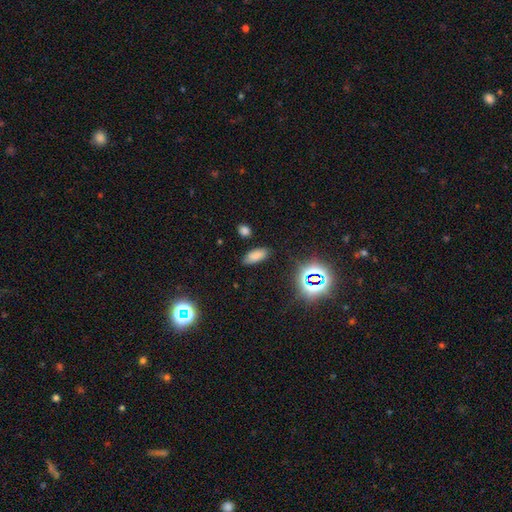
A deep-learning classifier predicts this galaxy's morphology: This is likely a smooth galaxy (74%). How rounded: clearly in between (85%). Merging: clearly none (82%).